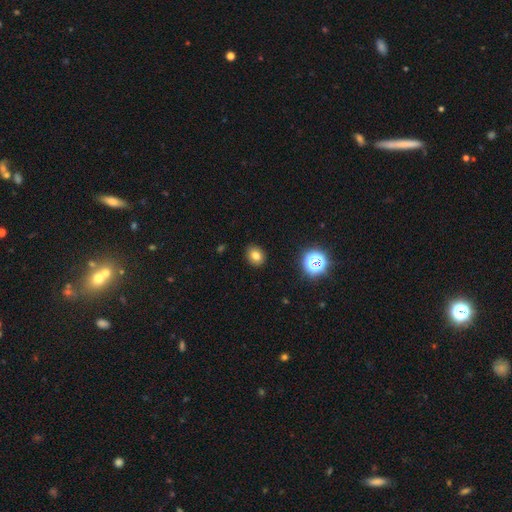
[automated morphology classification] smooth_or_featured: smooth (p=0.79) [alt: star or artifact p=0.14]
how_rounded: round (p=0.54) [alt: in between p=0.45]
merging: none (p=0.89) [alt: minor disturbance p=0.08]